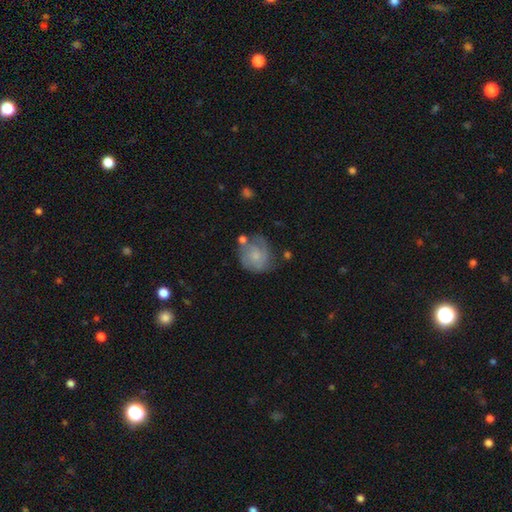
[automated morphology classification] A smooth galaxy with no disk features (48%).

Vote fractions:
- Smooth or featured? smooth: 48% / featured or disk: 44% / star or artifact: 7%
- Merging? none: 54% / minor disturbance: 25% / major disturbance: 12% / merger: 9%